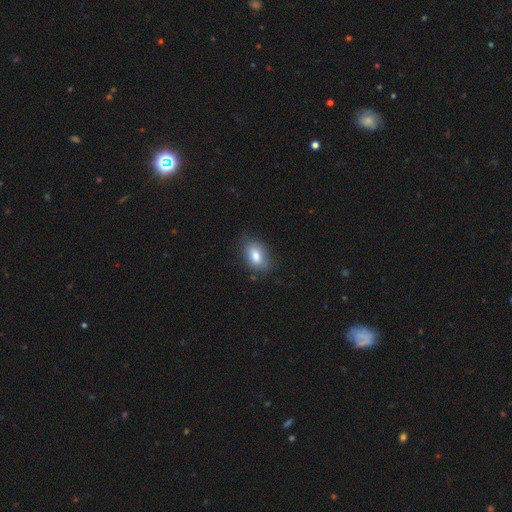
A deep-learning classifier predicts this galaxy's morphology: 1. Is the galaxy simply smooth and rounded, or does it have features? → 80% smooth, 13% featured or disk, 8% star or artifact.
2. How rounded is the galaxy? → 88% in between, 10% round, 2% cigar-shaped.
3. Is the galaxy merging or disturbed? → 74% none, 20% minor disturbance, 4% major disturbance, 1% merger.